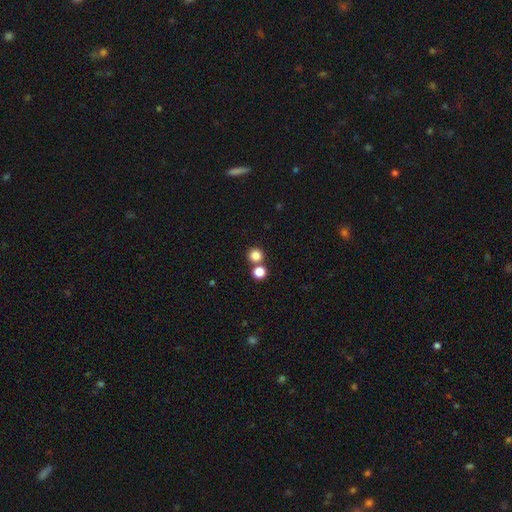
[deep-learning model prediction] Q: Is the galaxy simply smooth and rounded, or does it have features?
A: smooth — 82%.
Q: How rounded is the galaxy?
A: round — 92%.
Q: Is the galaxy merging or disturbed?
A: none — 68%.